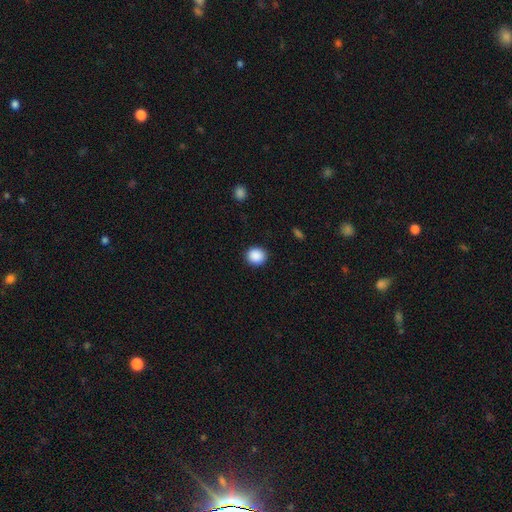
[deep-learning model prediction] Q: Smooth or featured?
A: smooth (89%); runner-up: star or artifact (9%)
Q: How rounded?
A: round (85%); runner-up: in between (14%)
Q: Merging?
A: none (91%); runner-up: minor disturbance (6%)